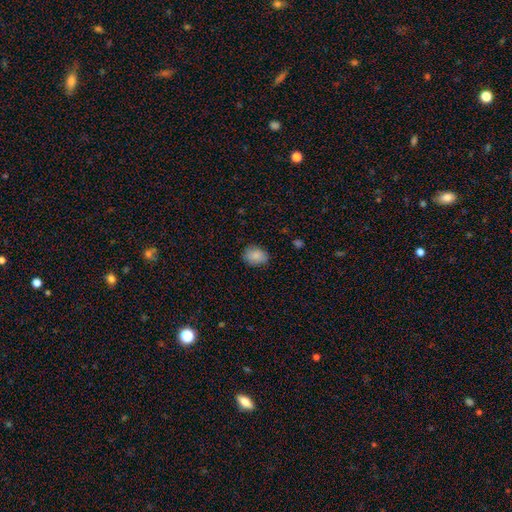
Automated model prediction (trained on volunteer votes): A smooth galaxy with no disk features (86%) that is in between round and cigar-shaped (65%).

Vote fractions:
- Smooth or featured? smooth: 86% / star or artifact: 8% / featured or disk: 6%
- How rounded? in between: 65% / round: 34% / cigar-shaped: 1%
- Merging? none: 81% / minor disturbance: 15% / major disturbance: 3% / merger: 1%